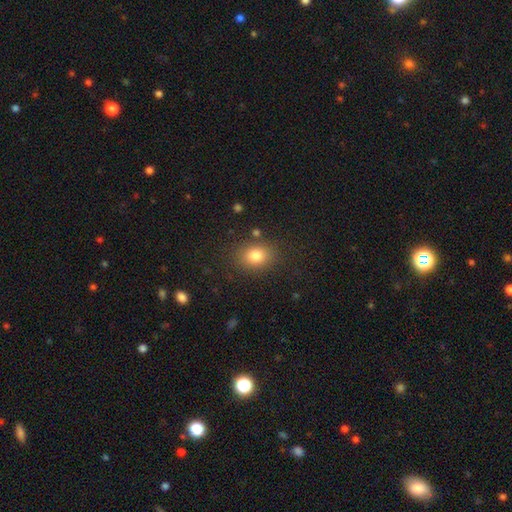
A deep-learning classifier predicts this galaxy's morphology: A smooth galaxy with no disk features (80%) that is in between round and cigar-shaped (53%).

Vote fractions:
- Smooth or featured? smooth: 80% / star or artifact: 11% / featured or disk: 8%
- How rounded? in between: 53% / round: 46% / cigar-shaped: 1%
- Merging? none: 83% / minor disturbance: 11% / major disturbance: 4% / merger: 3%